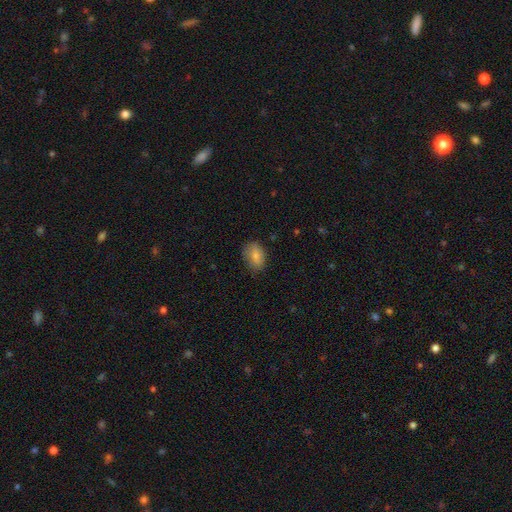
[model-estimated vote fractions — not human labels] Smooth or featured? Predicted: smooth (p=0.79). How rounded? Predicted: in between (p=0.80). Merging? Predicted: none (p=0.76).